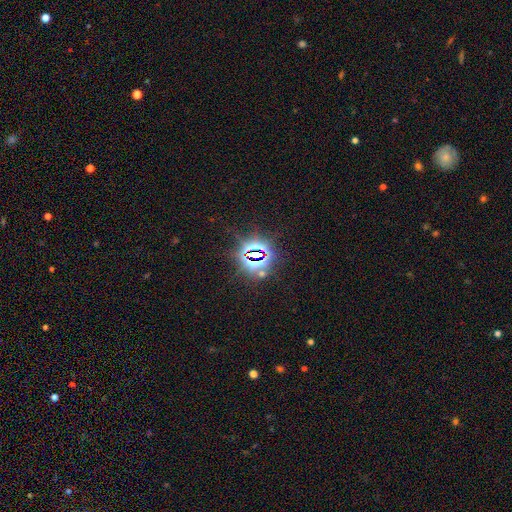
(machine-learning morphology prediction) A star or artifact, not a galaxy (81%).

Vote fractions:
- Smooth or featured? star or artifact: 81% / smooth: 11% / featured or disk: 8%